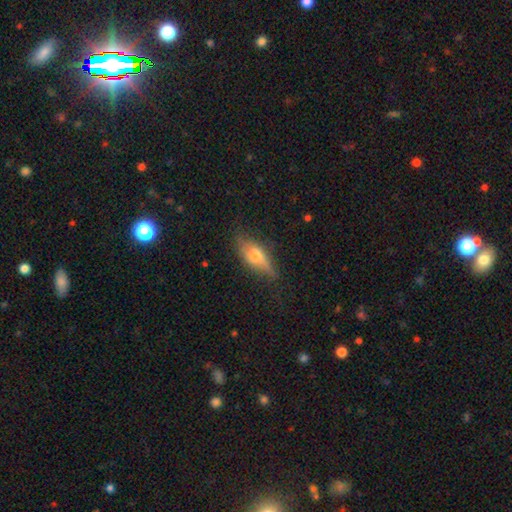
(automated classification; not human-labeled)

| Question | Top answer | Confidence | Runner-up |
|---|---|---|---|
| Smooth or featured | featured or disk | 47% | smooth (45%) |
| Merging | none | 67% | minor disturbance (24%) |